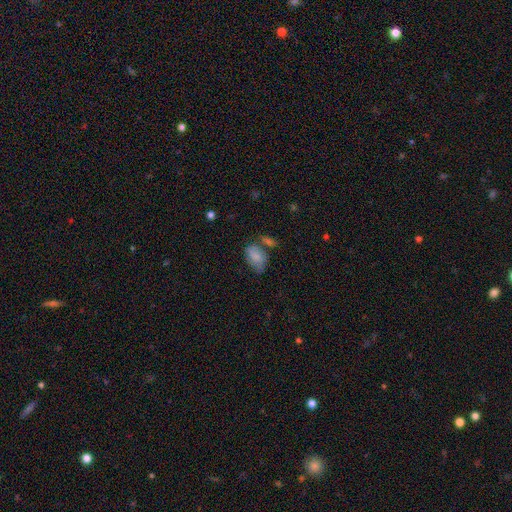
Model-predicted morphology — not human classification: smooth 79%, featured or disk 13%, star or artifact 8%. Down the decision tree: how rounded — in between (89%); merging — none (46%).